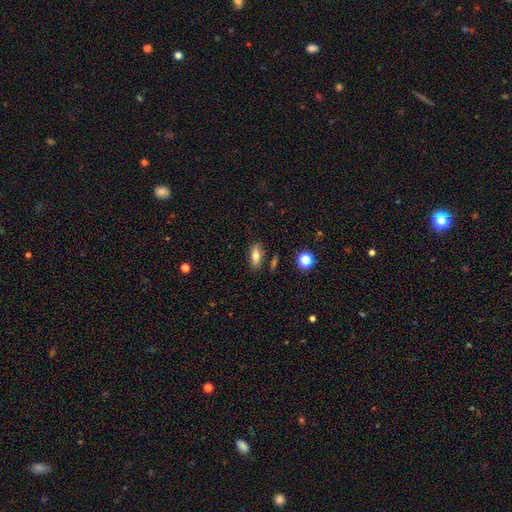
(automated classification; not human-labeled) This is likely a smooth galaxy (70%). How rounded: likely in between (74%). Merging: likely none (80%).